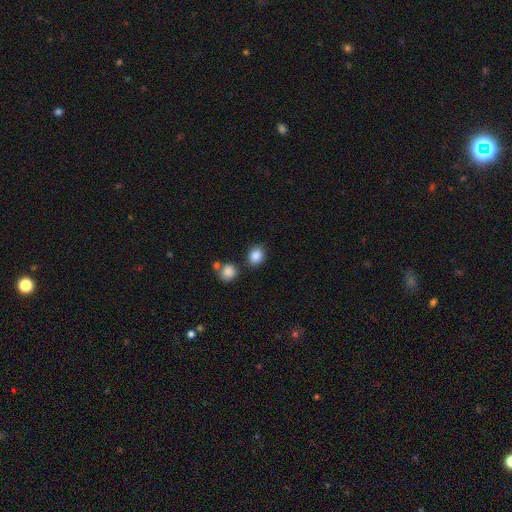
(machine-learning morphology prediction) Q: Smooth or featured?
A: smooth (87%); runner-up: star or artifact (9%)
Q: How rounded?
A: round (54%); runner-up: in between (45%)
Q: Merging?
A: none (76%); runner-up: minor disturbance (12%)